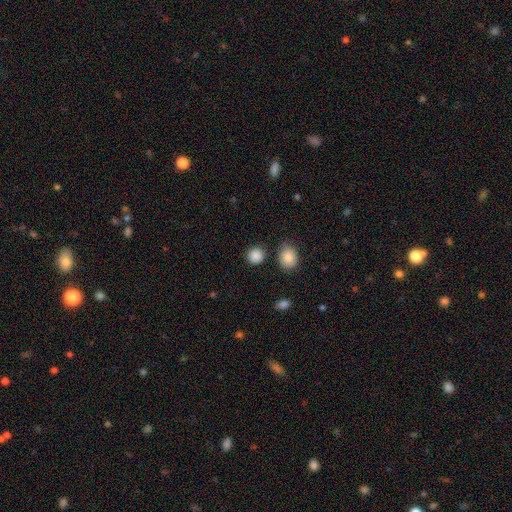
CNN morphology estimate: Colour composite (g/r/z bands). It shows a smooth galaxy with no disk features (88%) that is round (89%). Merging: none (85%).